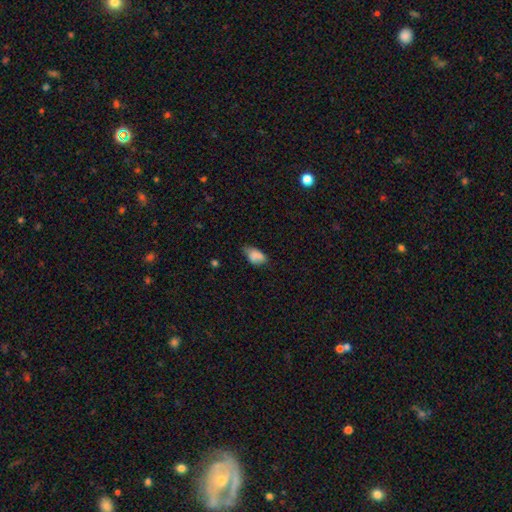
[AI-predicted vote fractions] smooth 78%, featured or disk 12%, star or artifact 10%. Down the decision tree: how rounded — in between (90%); merging — none (45%).